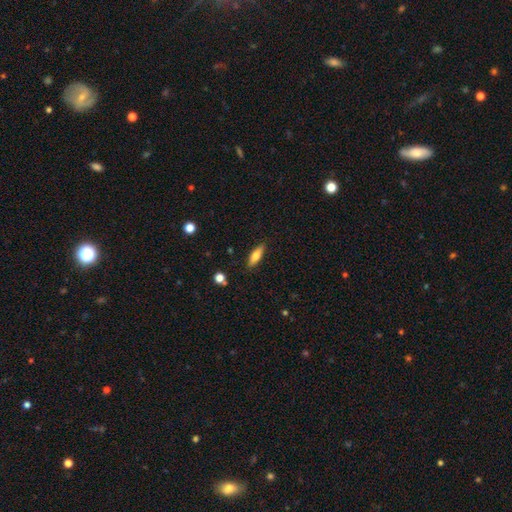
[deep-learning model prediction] A smooth galaxy with no disk features (69%) that is in between round and cigar-shaped (53%). Merging: none (86%).